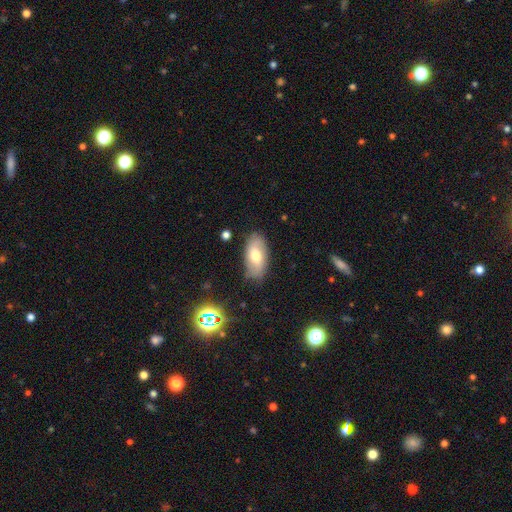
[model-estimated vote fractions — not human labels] Q: Smooth or featured?
A: smooth (54%); runner-up: featured or disk (39%)
Q: How rounded?
A: in between (92%); runner-up: cigar-shaped (4%)
Q: Merging?
A: none (80%); runner-up: minor disturbance (15%)